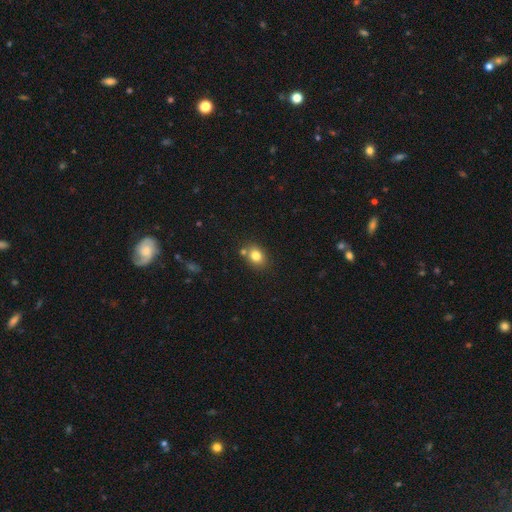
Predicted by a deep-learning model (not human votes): A smooth galaxy with no disk features (80%) that is in between round and cigar-shaped (56%).

Vote fractions:
- Smooth or featured? smooth: 80% / star or artifact: 11% / featured or disk: 9%
- How rounded? in between: 56% / round: 43% / cigar-shaped: 1%
- Merging? none: 72% / minor disturbance: 12% / merger: 12% / major disturbance: 3%